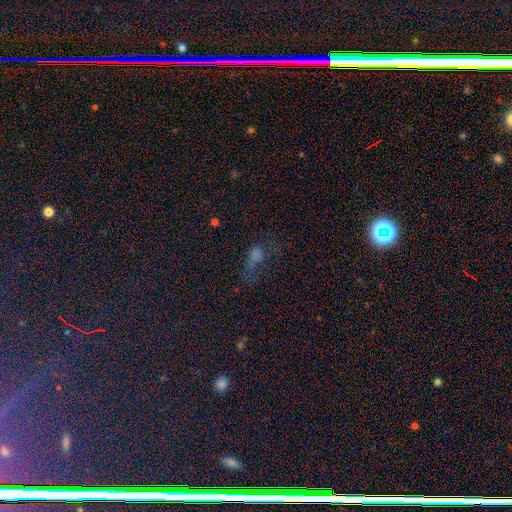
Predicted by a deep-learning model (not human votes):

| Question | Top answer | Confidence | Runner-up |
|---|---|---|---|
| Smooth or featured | smooth | 42% | star or artifact (39%) |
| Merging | none | 38% | major disturbance (35%) |